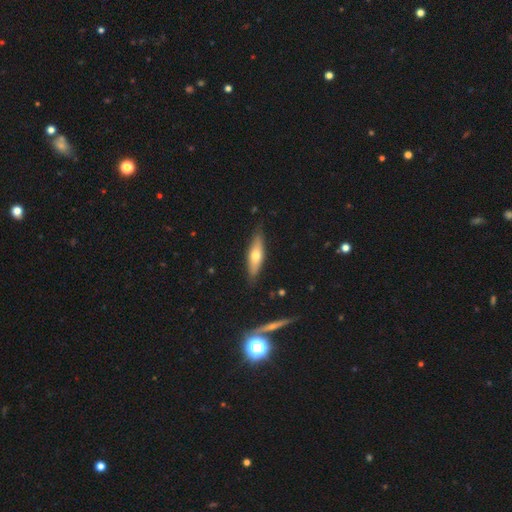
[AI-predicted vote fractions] Morphology: type=smooth (55%); roundness=cigar-shaped (60%); merging=none (83%).